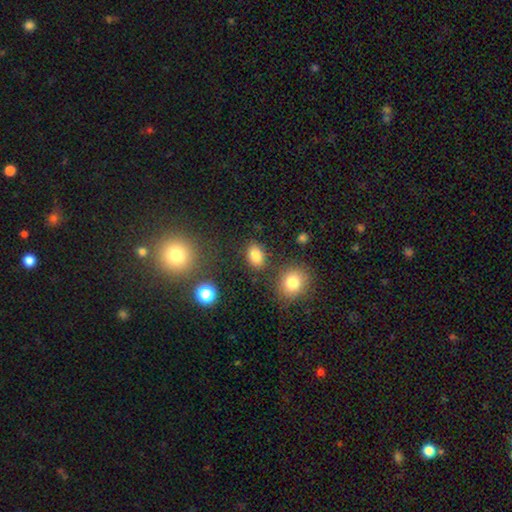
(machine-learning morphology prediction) Overall: smooth (82%). How rounded: in between (80%). Merging: none (80%).